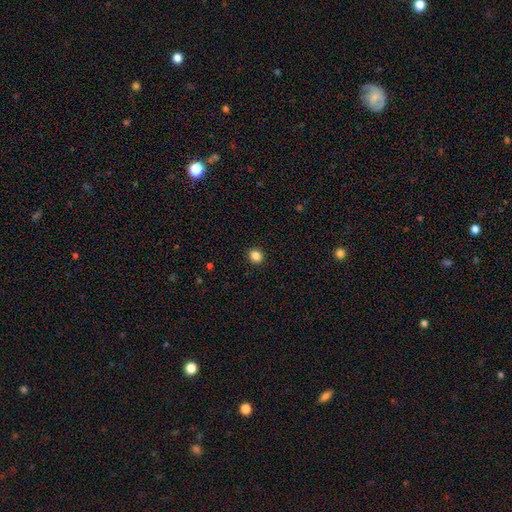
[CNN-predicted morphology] The model was most divided on "how rounded": round: 76%, in between: 23%, cigar-shaped: 1%. More confident: merging — none (92%); smooth or featured — smooth (85%).